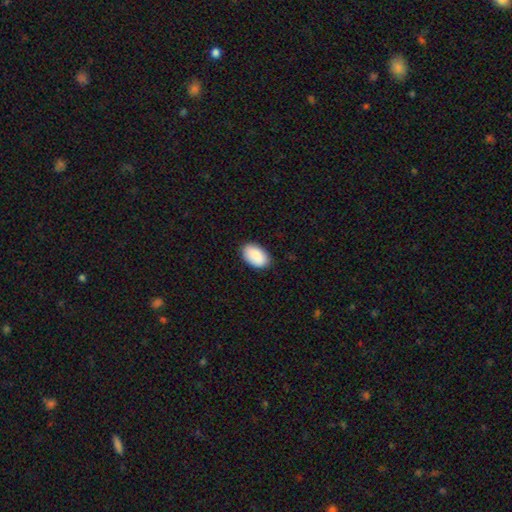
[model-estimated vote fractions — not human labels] A smooth galaxy with no disk features (88%) that is in between round and cigar-shaped (92%).

Vote fractions:
- Smooth or featured? smooth: 88% / featured or disk: 6% / star or artifact: 6%
- How rounded? in between: 92% / round: 7% / cigar-shaped: 1%
- Merging? none: 85% / minor disturbance: 12% / major disturbance: 2% / merger: 1%